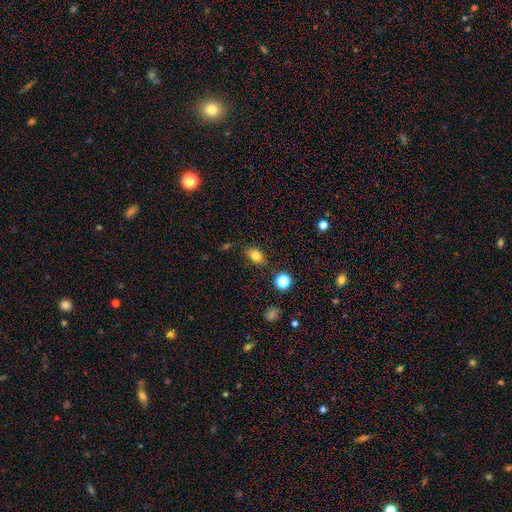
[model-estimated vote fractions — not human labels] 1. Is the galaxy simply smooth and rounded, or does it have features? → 80% smooth, 13% star or artifact, 8% featured or disk.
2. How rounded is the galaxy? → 74% in between, 24% round, 2% cigar-shaped.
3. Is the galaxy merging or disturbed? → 81% none, 13% minor disturbance, 3% major disturbance, 3% merger.